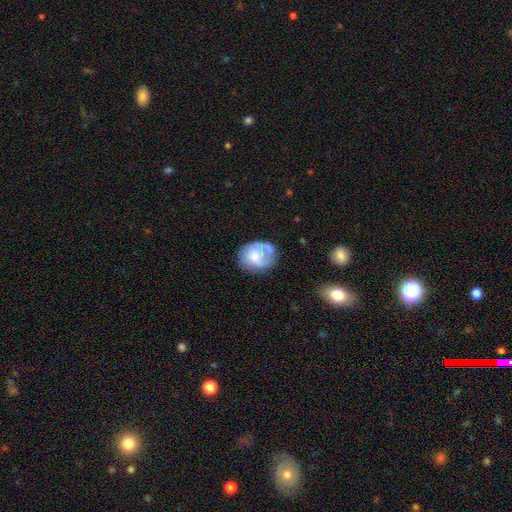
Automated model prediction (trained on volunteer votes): smooth 57%, featured or disk 35%, star or artifact 7%. Down the decision tree: how rounded — round (58%); merging — none (52%).